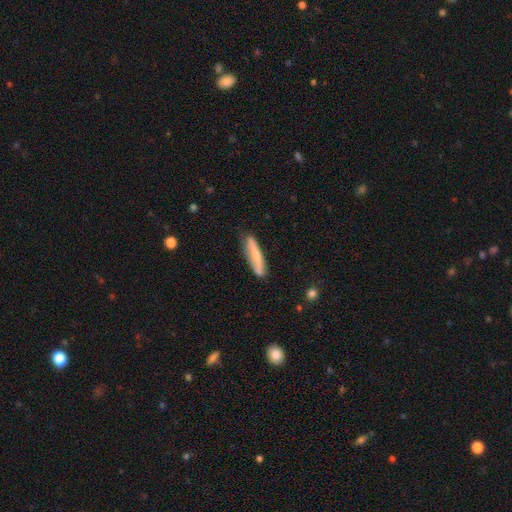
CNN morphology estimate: The model was most divided on "smooth or featured": smooth: 62%, featured or disk: 32%, star or artifact: 6%. More confident: how rounded — cigar-shaped (84%); merging — none (76%).